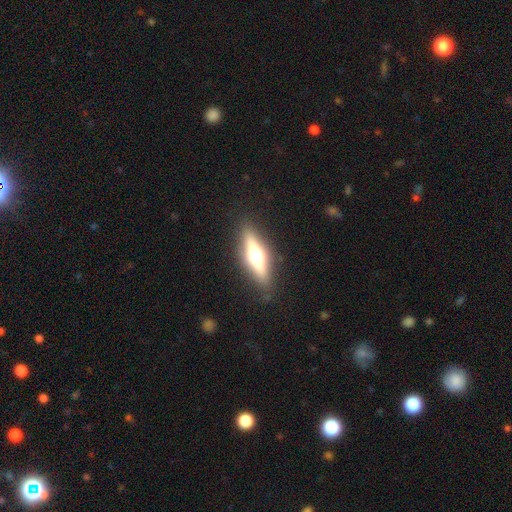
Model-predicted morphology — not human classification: Overall: featured or disk (64%; smooth 27%). Edge-on disk: yes (92%). Edge-on bulge: rounded (94%). Merging: none (87%).